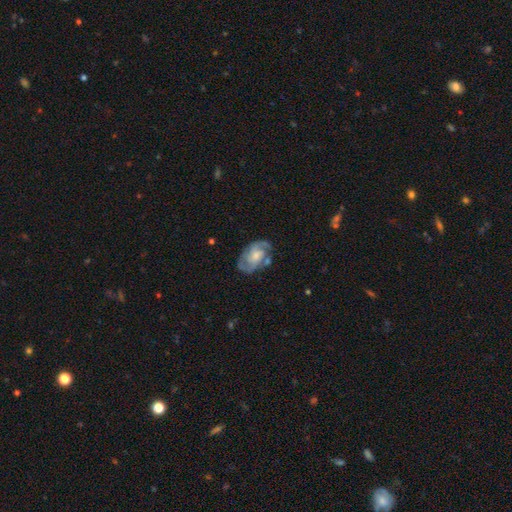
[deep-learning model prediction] Overall: featured or disk (81%). Edge-on disk: no (97%). Bar: no (60%; weak 34%). Spiral arms: yes (95%). Spiral arm count: 2 (51%; 3 23%). Spiral winding: medium (46%; tight 40%). Bulge size: moderate (41%; small 38%). Merging: none (67%).